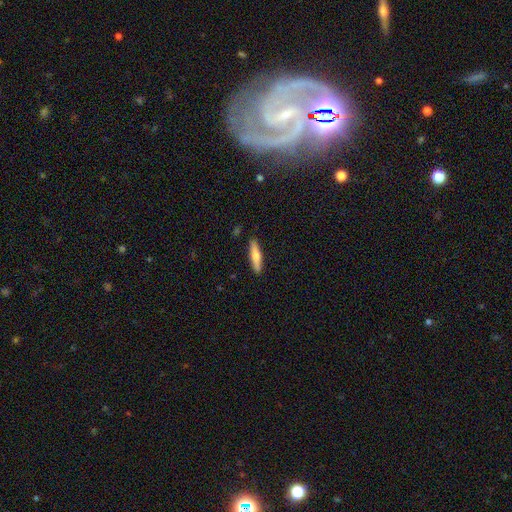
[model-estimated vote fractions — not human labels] smooth 64%, featured or disk 30%, star or artifact 5%. Down the decision tree: how rounded — cigar-shaped (80%); merging — none (89%).